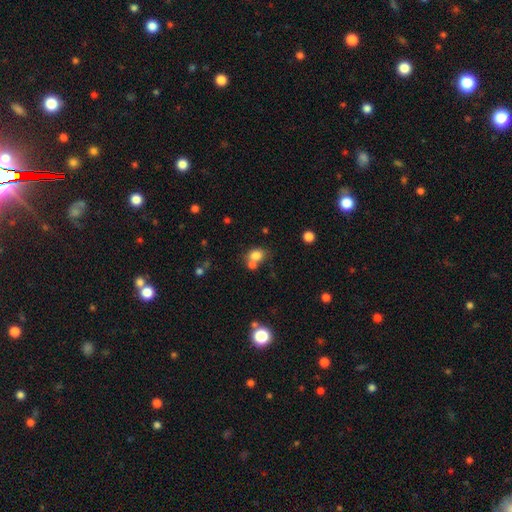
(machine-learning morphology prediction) A smooth galaxy with no disk features (79%) that is round (51%). Merging: none (48%).